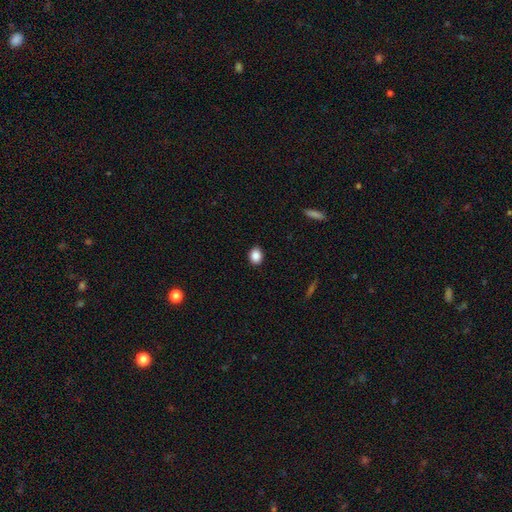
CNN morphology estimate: smooth 88%, star or artifact 9%, featured or disk 4%. Down the decision tree: how rounded — in between (50%); merging — none (91%).